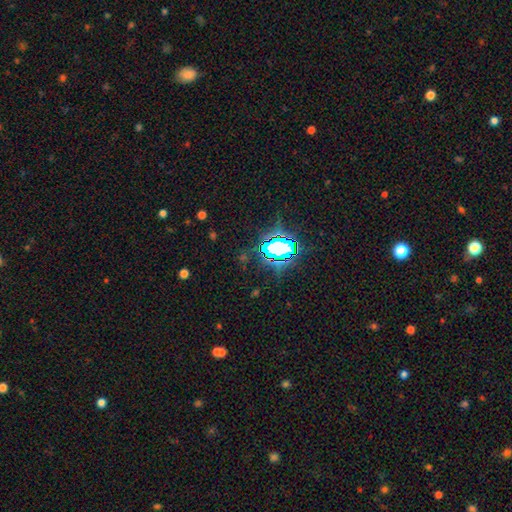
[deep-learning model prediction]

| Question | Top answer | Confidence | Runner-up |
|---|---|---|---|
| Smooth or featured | star or artifact | 82% | smooth (11%) |